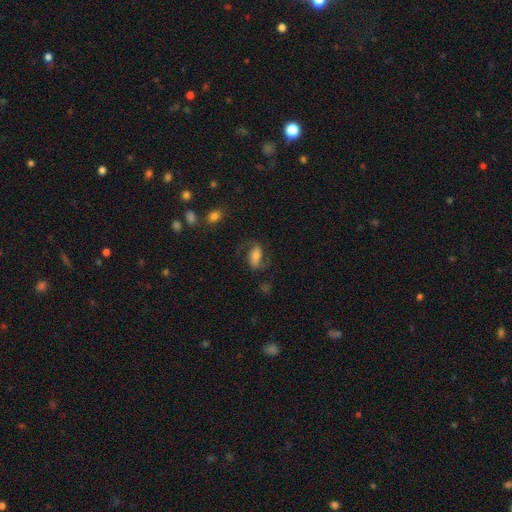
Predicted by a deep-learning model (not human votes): smooth_or_featured: featured or disk (p=0.52) [alt: smooth p=0.39]
disk_edge_on: no (p=0.94) [alt: yes p=0.06]
merging: none (p=0.66) [alt: minor disturbance p=0.18]